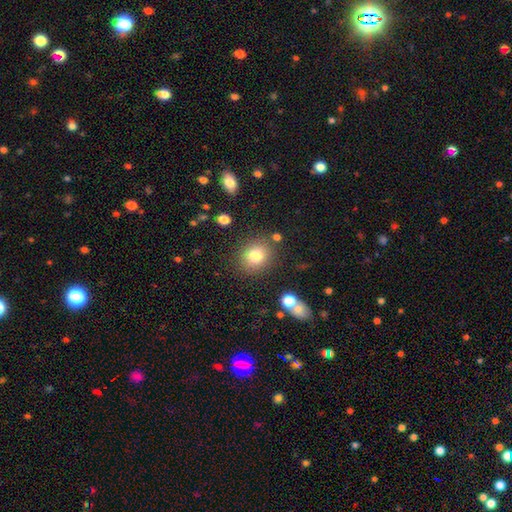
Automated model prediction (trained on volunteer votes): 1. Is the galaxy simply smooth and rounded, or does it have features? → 80% smooth, 11% star or artifact, 8% featured or disk.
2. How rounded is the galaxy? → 77% round, 22% in between, 1% cigar-shaped.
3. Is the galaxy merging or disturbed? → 83% none, 10% minor disturbance, 4% merger, 4% major disturbance.